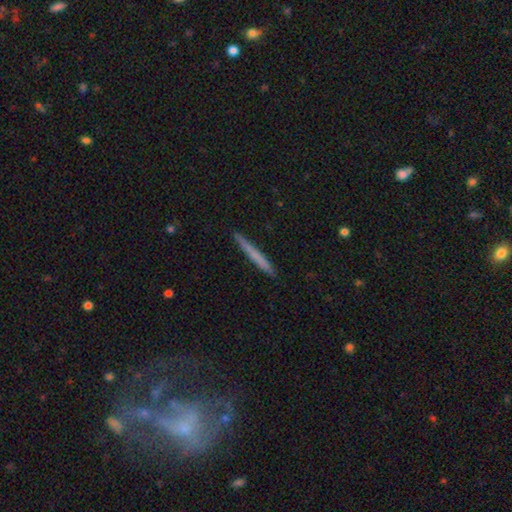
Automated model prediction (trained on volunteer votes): This is likely a smooth galaxy (63%). How rounded: clearly cigar-shaped (97%). Merging: clearly none (91%).